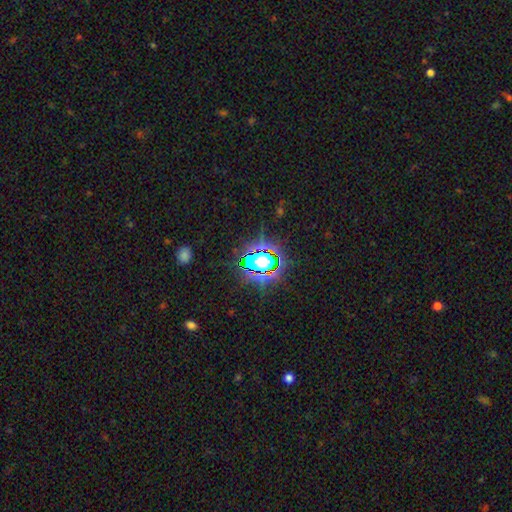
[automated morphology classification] Smooth or featured? Predicted: star or artifact (p=0.79).